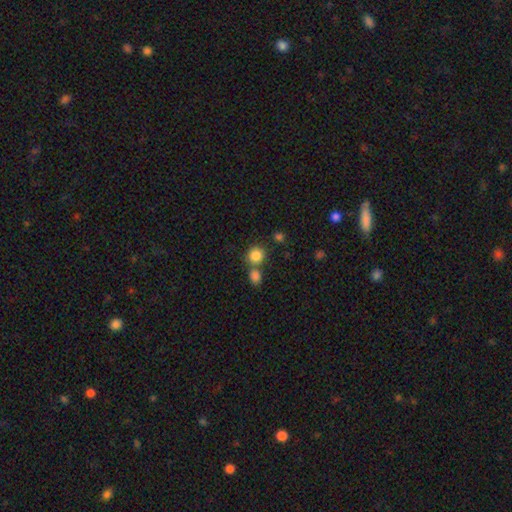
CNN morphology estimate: type=smooth (84%); roundness=round (88%); merging=none (59%).